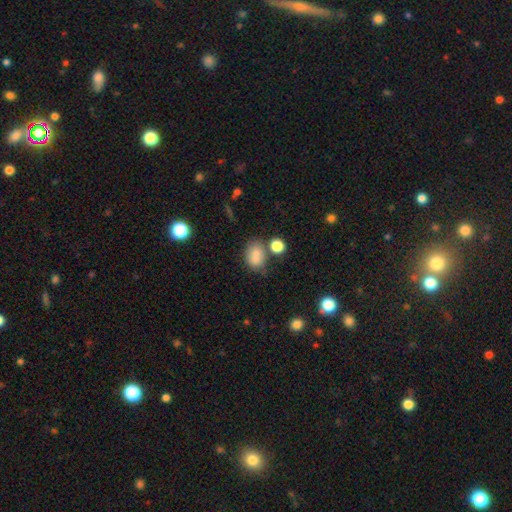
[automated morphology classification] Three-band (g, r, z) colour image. It shows a smooth galaxy with no disk features (81%) that is in between round and cigar-shaped (67%). Merging: none (54%).